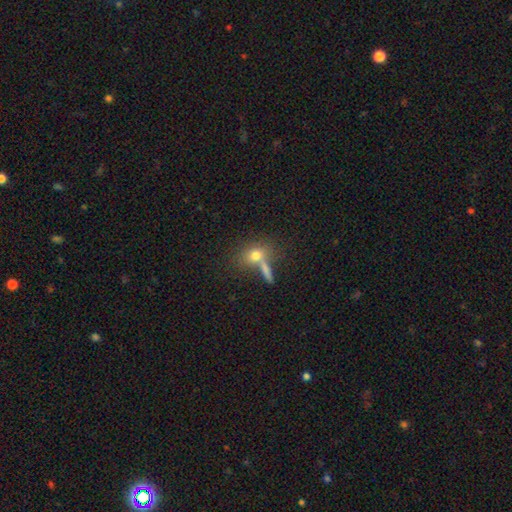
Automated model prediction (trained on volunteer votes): Smooth or featured?
  - smooth: 74% *
  - featured or disk: 15%
  - star or artifact: 11%
How rounded?
  - in between: 48% *
  - round: 47%
  - cigar-shaped: 6%
Merging?
  - none: 52% *
  - merger: 30%
  - minor disturbance: 11%
  - major disturbance: 7%